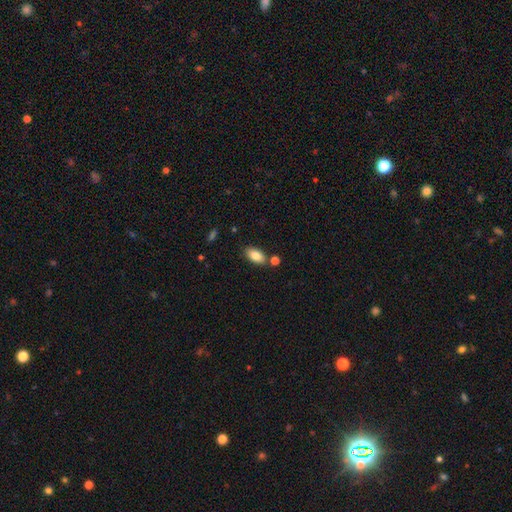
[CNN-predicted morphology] smooth_or_featured: smooth (p=0.84) [alt: featured or disk p=0.08]
how_rounded: in between (p=0.93) [alt: round p=0.04]
merging: none (p=0.78) [alt: minor disturbance p=0.10]